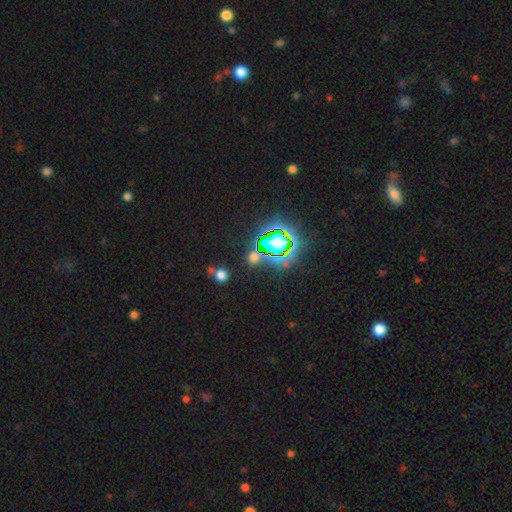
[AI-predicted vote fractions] Q: Smooth or featured?
A: star or artifact (67%); runner-up: smooth (24%)